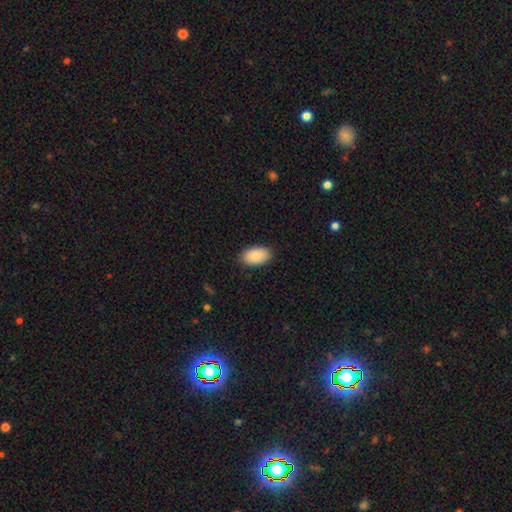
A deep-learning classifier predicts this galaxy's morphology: This appears to be a smooth galaxy with no disk features (89%) that is in between round and cigar-shaped (94%). Merging: none (87%).